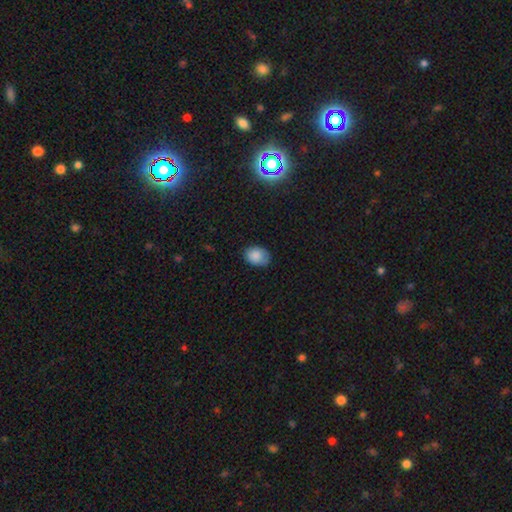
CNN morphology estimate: Smooth or featured?
  - smooth: 86% *
  - star or artifact: 8%
  - featured or disk: 6%
How rounded?
  - in between: 66% *
  - round: 33%
  - cigar-shaped: 1%
Merging?
  - none: 69% *
  - minor disturbance: 25%
  - major disturbance: 4%
  - merger: 1%